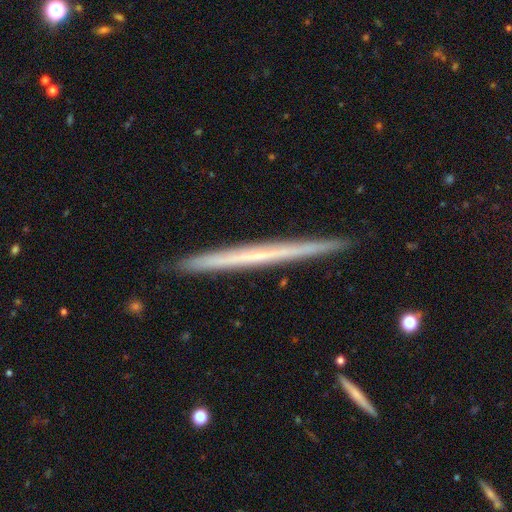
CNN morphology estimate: smooth_or_featured: featured or disk (p=0.57) [alt: smooth p=0.37]
disk_edge_on: yes (p=0.98) [alt: no p=0.02]
edge_on_bulge: none (p=0.90) [alt: rounded p=0.08]
merging: none (p=0.91) [alt: minor disturbance p=0.06]